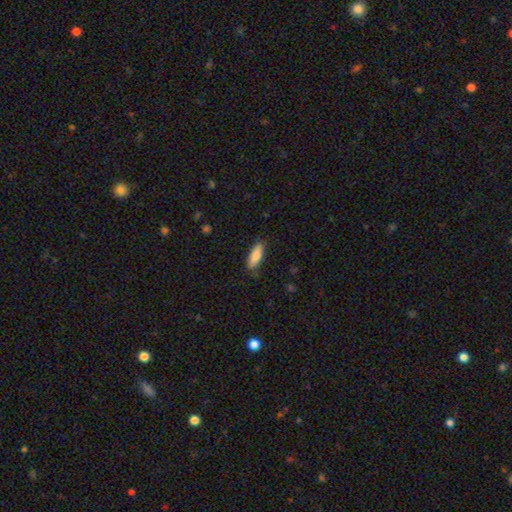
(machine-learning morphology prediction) Smooth or featured? smooth (86%)
How rounded? in between (60%)
Merging? none (81%)